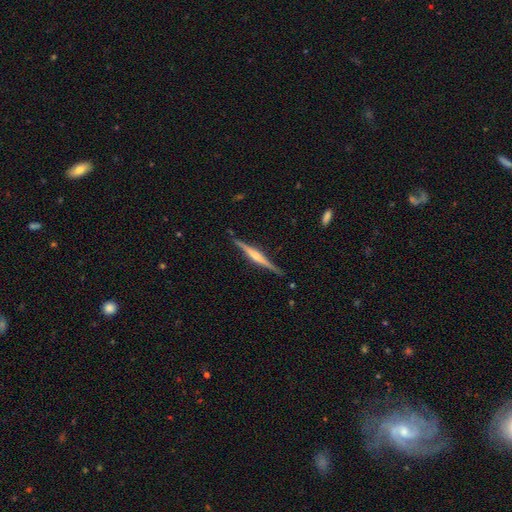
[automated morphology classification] The model was most divided on "edge-on bulge": rounded: 56%, boxy: 25%, none: 19%. More confident: edge-on disk — yes (98%); merging — none (88%); smooth or featured — featured or disk (75%).